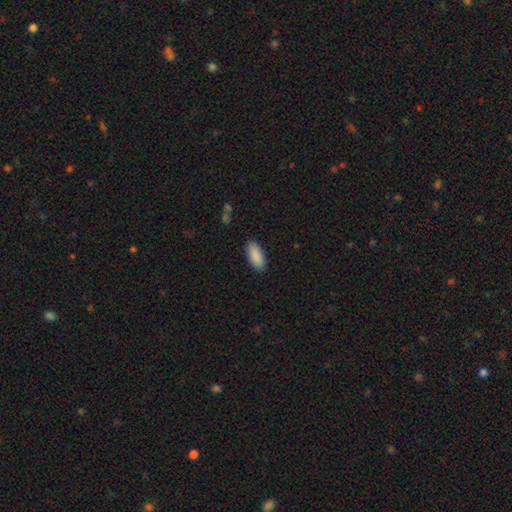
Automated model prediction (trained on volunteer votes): Q: Smooth or featured?
A: smooth (90%); runner-up: star or artifact (6%)
Q: How rounded?
A: in between (85%); runner-up: cigar-shaped (13%)
Q: Merging?
A: none (88%); runner-up: minor disturbance (9%)